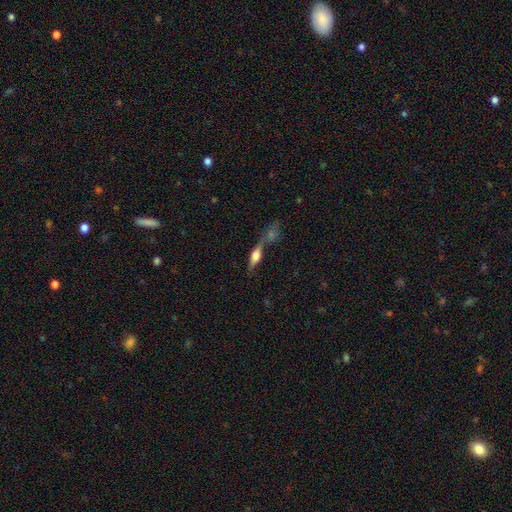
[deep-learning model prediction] Smooth or featured: featured or disk — 54% (smooth — 37%)
Edge-on disk: yes — 90% (no — 10%)
Merging: none — 48% (merger — 35%)